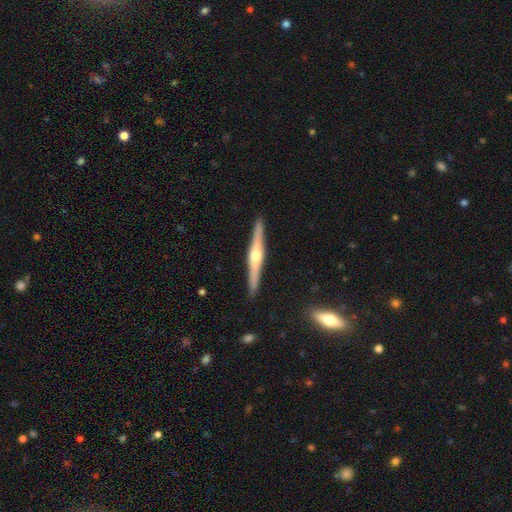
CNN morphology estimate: Smooth or featured: featured or disk — 78% (smooth — 17%)
Edge-on disk: yes — 98% (no — 2%)
Edge-on bulge: rounded — 92% (boxy — 4%)
Merging: none — 92% (minor disturbance — 6%)